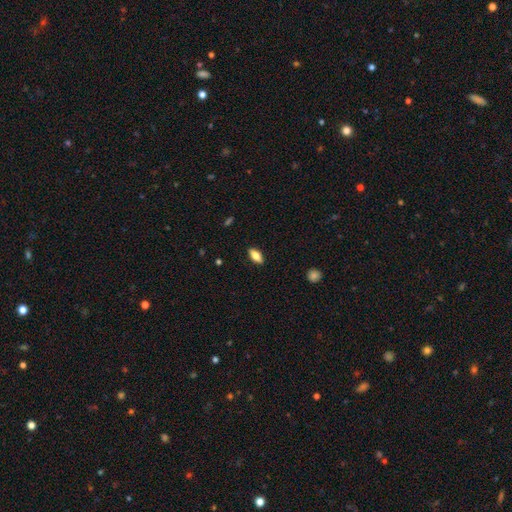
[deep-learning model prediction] A smooth galaxy with no disk features (76%) that is in between round and cigar-shaped (84%). Merging: none (88%).